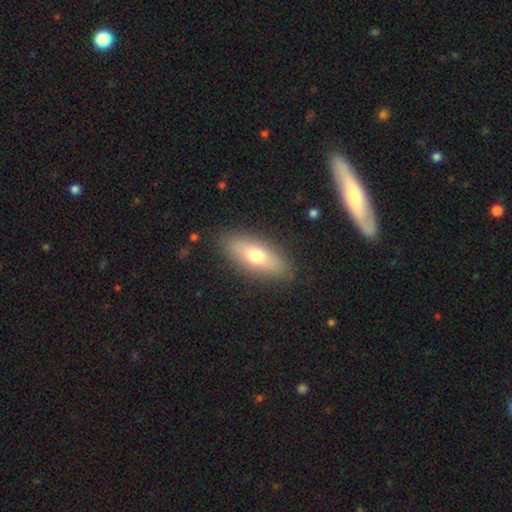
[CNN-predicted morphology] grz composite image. It shows a smooth galaxy with no disk features (66%) that is in between round and cigar-shaped (66%). Merging: none (87%).